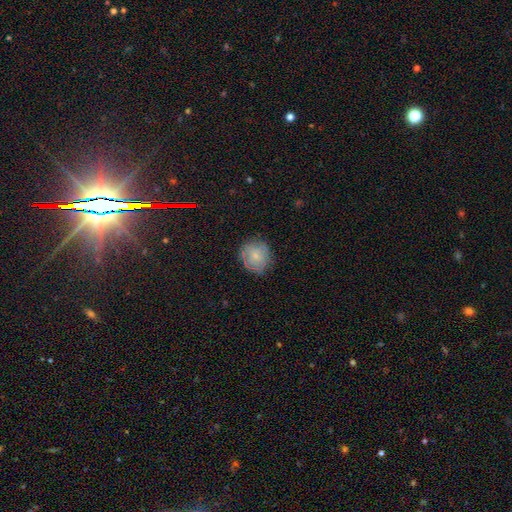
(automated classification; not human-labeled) This appears to be a smooth galaxy with no disk features (57%) that is round (79%). Merging: none (75%).